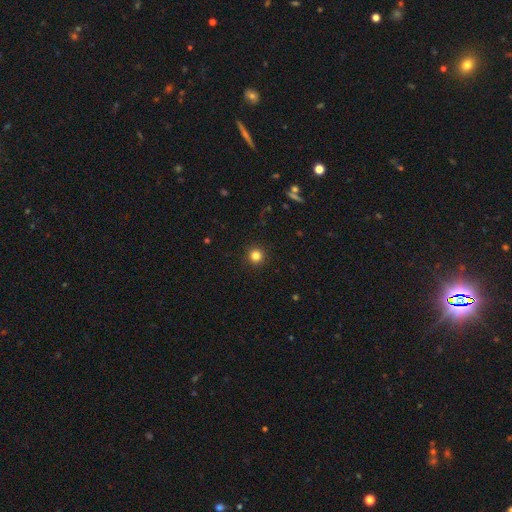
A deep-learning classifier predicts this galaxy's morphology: smooth 83%, star or artifact 13%, featured or disk 5%. Down the decision tree: how rounded — round (95%); merging — none (93%).